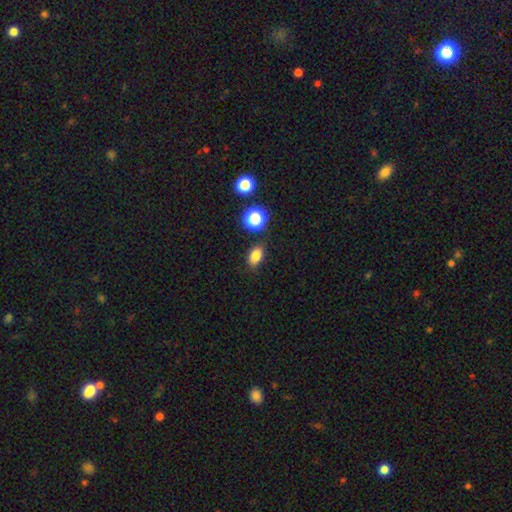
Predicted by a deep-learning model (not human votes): smooth_or_featured: smooth (p=0.80) [alt: star or artifact p=0.13]
how_rounded: in between (p=0.81) [alt: round p=0.16]
merging: none (p=0.84) [alt: minor disturbance p=0.10]